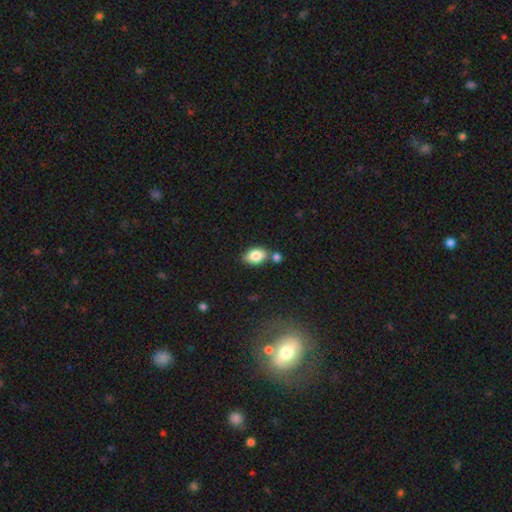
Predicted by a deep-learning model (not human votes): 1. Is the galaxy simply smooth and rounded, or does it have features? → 83% smooth, 9% featured or disk, 8% star or artifact.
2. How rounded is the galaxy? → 86% in between, 12% round, 2% cigar-shaped.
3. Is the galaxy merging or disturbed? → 64% none, 19% merger, 14% minor disturbance, 3% major disturbance.